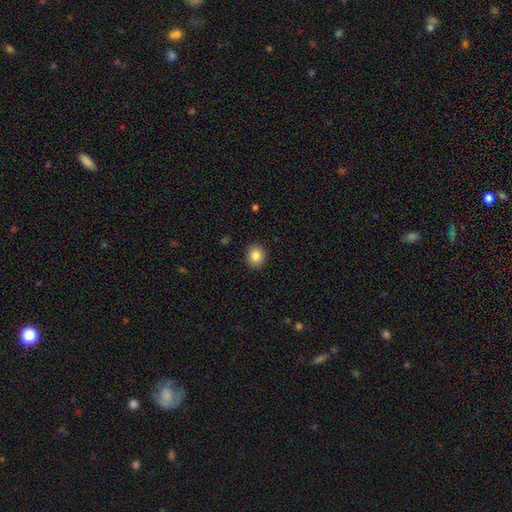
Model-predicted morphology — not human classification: A smooth galaxy with no disk features (84%) that is round (78%). Merging: none (91%).